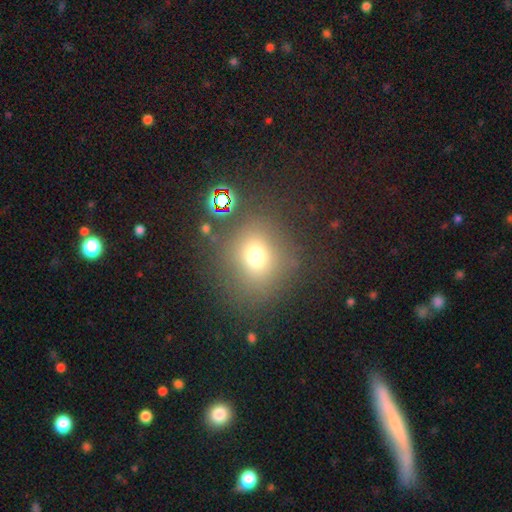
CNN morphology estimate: This is likely a smooth galaxy (69%). How rounded: likely round (77%). Merging: likely none (77%).